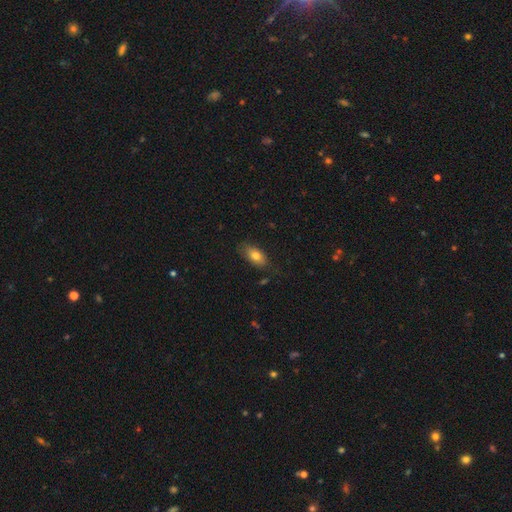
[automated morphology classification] smooth-or-featured: smooth: 77% | featured or disk: 15% | star or artifact: 8%
  how-rounded: in between: 88% | cigar-shaped: 7% | round: 5%
  merging: none: 75% | minor disturbance: 19% | major disturbance: 4% | merger: 2%